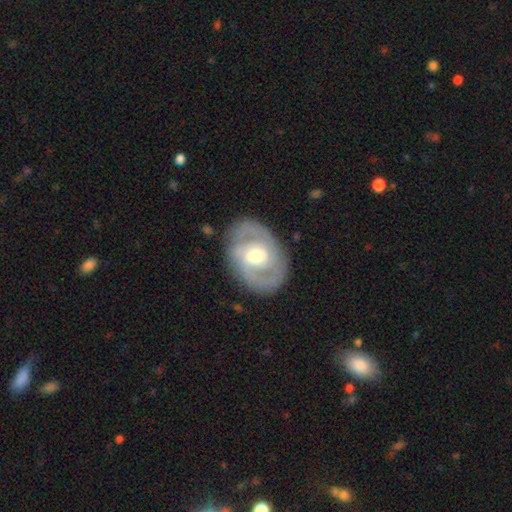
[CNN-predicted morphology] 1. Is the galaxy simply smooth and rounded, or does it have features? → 78% featured or disk, 17% smooth, 5% star or artifact.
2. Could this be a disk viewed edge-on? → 96% no, 4% yes.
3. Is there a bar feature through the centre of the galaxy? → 44% weak, 41% no, 14% strong.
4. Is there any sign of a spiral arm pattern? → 84% yes, 16% no.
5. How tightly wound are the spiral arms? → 46% tight, 42% medium, 13% loose.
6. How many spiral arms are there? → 70% 2, 16% can't tell, 7% 3, 3% 1, 2% 4, 2% more than 4.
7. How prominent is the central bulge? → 68% moderate, 17% small, 13% large, 1% dominant, 1% none.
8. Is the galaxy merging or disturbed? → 81% none, 13% minor disturbance, 5% major disturbance, 1% merger.